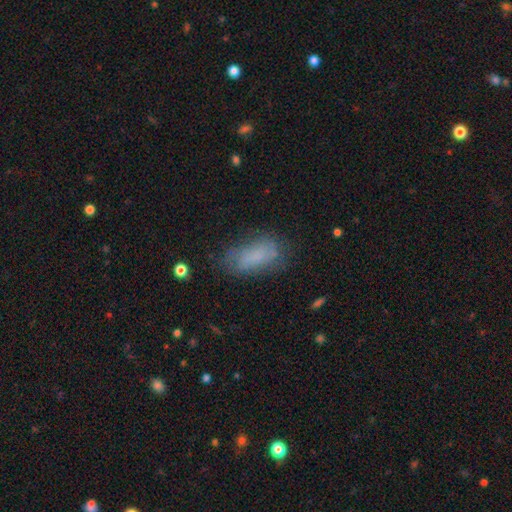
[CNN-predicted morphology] A smooth galaxy with no disk features (73%) that is in between round and cigar-shaped (85%).

Vote fractions:
- Smooth or featured? smooth: 73% / featured or disk: 18% / star or artifact: 10%
- How rounded? in between: 85% / cigar-shaped: 12% / round: 3%
- Merging? none: 62% / minor disturbance: 24% / major disturbance: 11% / merger: 2%